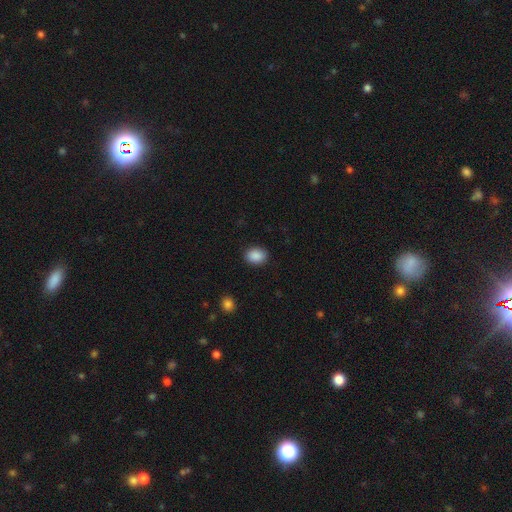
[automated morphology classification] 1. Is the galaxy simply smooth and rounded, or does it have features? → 89% smooth, 8% star or artifact, 3% featured or disk.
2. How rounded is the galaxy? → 60% in between, 39% round, 1% cigar-shaped.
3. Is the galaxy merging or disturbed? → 88% none, 8% minor disturbance, 2% major disturbance, 1% merger.